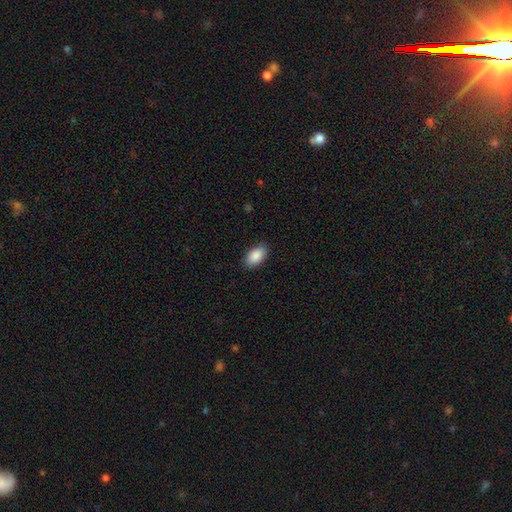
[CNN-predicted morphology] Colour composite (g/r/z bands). It shows a smooth galaxy with no disk features (90%) that is in between round and cigar-shaped (95%). Merging: none (88%).